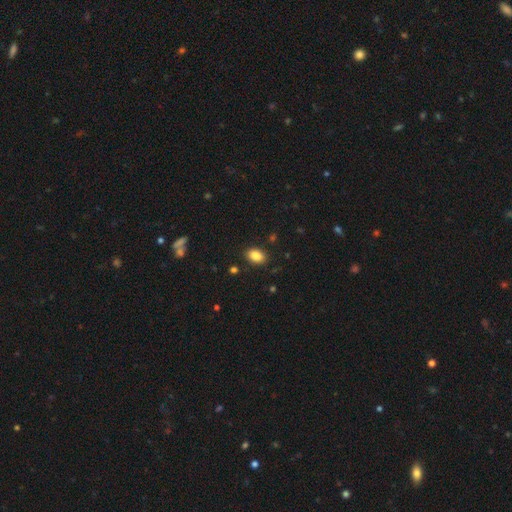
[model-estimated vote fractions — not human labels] Smooth or featured: smooth — 87% (star or artifact — 9%)
How rounded: in between — 86% (round — 13%)
Merging: none — 88% (minor disturbance — 9%)